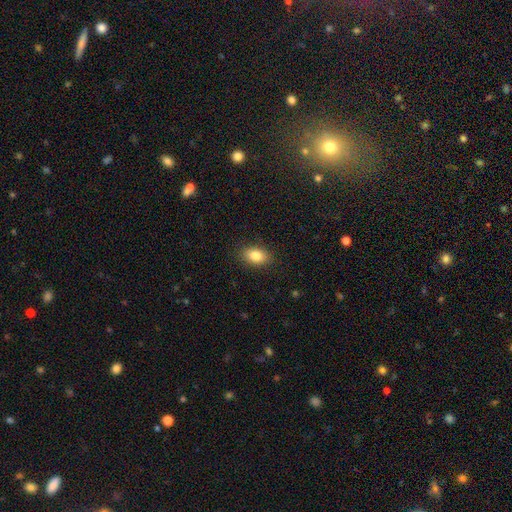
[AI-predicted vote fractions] Morphology: type=smooth (85%); roundness=in between (88%); merging=none (88%).